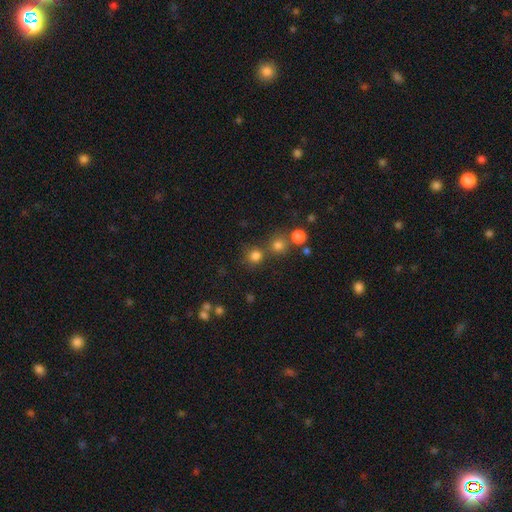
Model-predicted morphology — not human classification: smooth_or_featured: smooth (p=0.77) [alt: star or artifact p=0.17]
how_rounded: round (p=0.90) [alt: in between p=0.09]
merging: none (p=0.68) [alt: merger p=0.20]